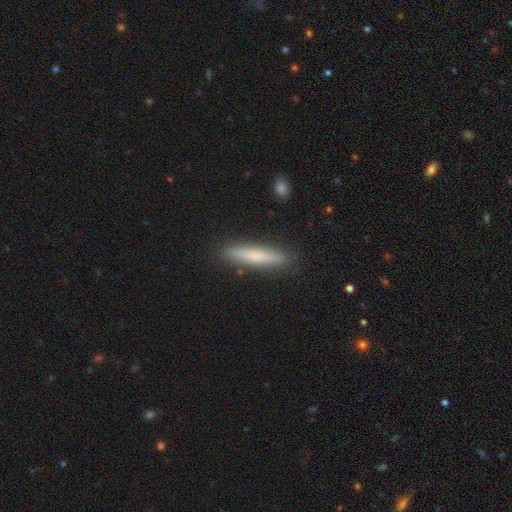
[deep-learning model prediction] smooth_or_featured: smooth (p=0.61) [alt: featured or disk p=0.32]
how_rounded: cigar-shaped (p=0.93) [alt: in between p=0.06]
merging: none (p=0.90) [alt: minor disturbance p=0.07]